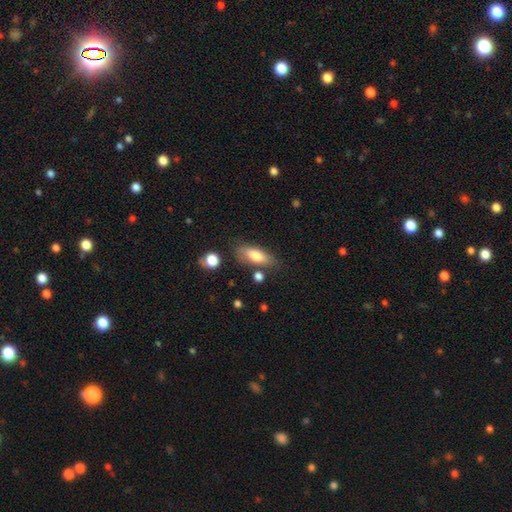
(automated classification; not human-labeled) Smooth or featured? smooth (74%)
How rounded? in between (70%)
Merging? none (71%)